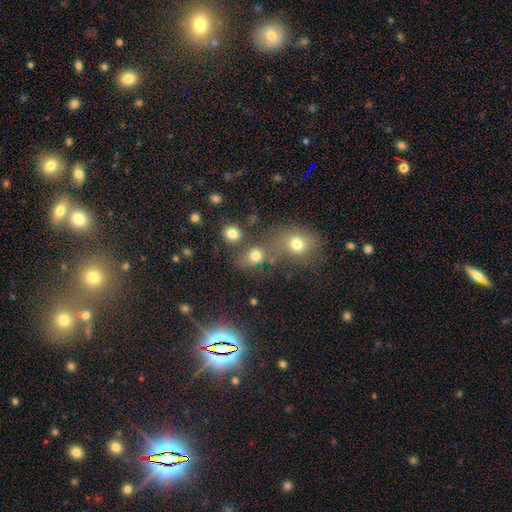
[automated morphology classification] Smooth or featured? Predicted: smooth (p=0.74). How rounded? Predicted: round (p=0.74). Merging? Predicted: none (p=0.53).